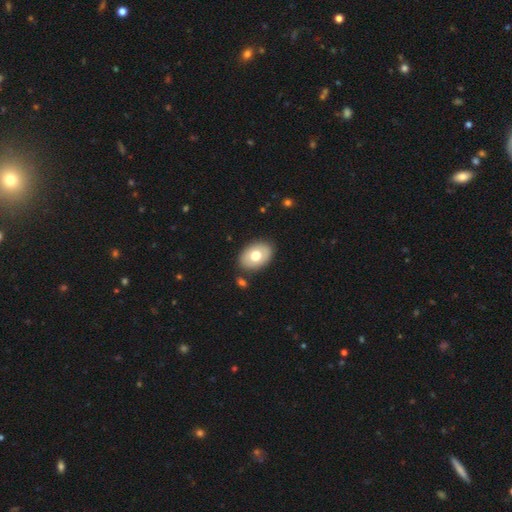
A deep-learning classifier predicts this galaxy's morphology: A smooth galaxy with no disk features (66%) that is in between round and cigar-shaped (82%).

Vote fractions:
- Smooth or featured? smooth: 66% / featured or disk: 27% / star or artifact: 6%
- How rounded? in between: 82% / round: 17% / cigar-shaped: 1%
- Merging? none: 85% / minor disturbance: 10% / merger: 3% / major disturbance: 3%